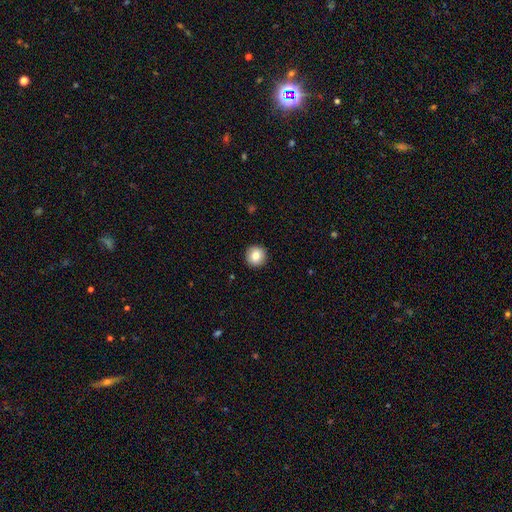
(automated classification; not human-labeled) A smooth galaxy with no disk features (85%) that is round (95%).

Vote fractions:
- Smooth or featured? smooth: 85% / star or artifact: 8% / featured or disk: 7%
- How rounded? round: 95% / in between: 4% / cigar-shaped: 1%
- Merging? none: 92% / minor disturbance: 5% / major disturbance: 2% / merger: 1%